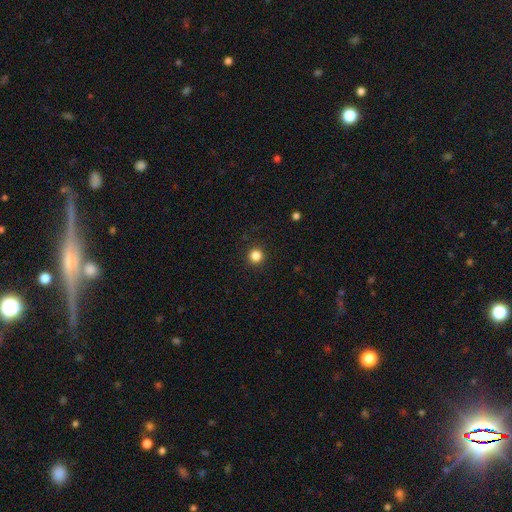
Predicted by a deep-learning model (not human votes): This appears to be a smooth galaxy with no disk features (84%) that is round (95%). Merging: none (92%).